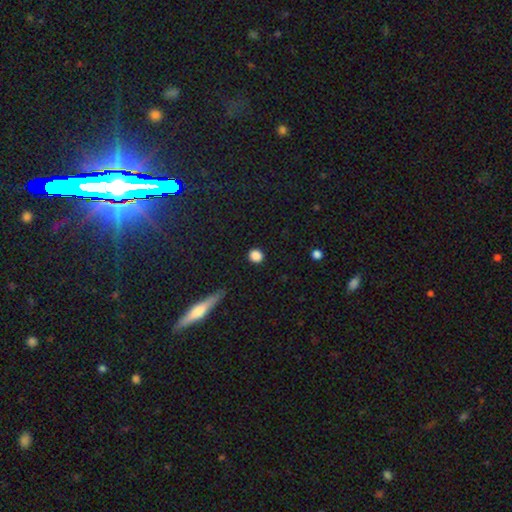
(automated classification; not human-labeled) Overall: smooth (87%). How rounded: round (86%). Merging: none (90%).